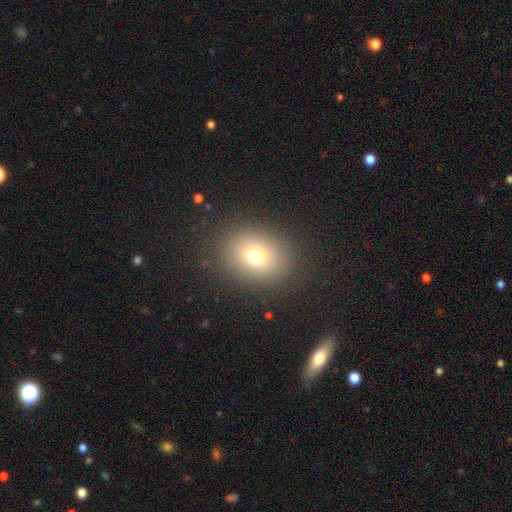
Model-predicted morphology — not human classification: Smooth or featured?
  - smooth: 72% *
  - star or artifact: 15%
  - featured or disk: 12%
How rounded?
  - round: 57% *
  - in between: 42%
  - cigar-shaped: 1%
Merging?
  - none: 87% *
  - minor disturbance: 8%
  - major disturbance: 4%
  - merger: 1%